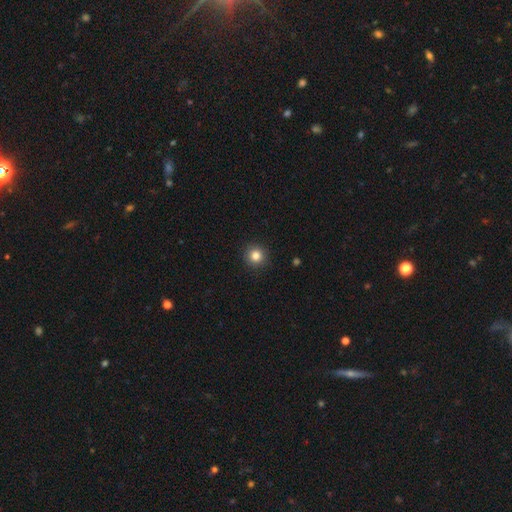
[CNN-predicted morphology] The model was most divided on "smooth or featured": smooth: 83%, star or artifact: 11%, featured or disk: 6%. More confident: how rounded — round (94%); merging — none (92%).